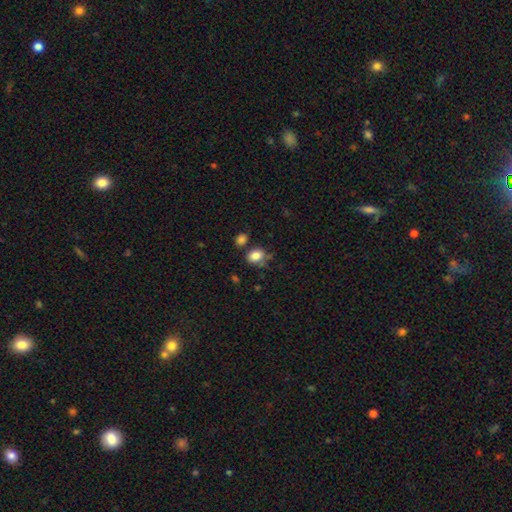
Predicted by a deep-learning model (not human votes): Smooth or featured: smooth — 83% (star or artifact — 10%)
How rounded: in between — 53% (round — 46%)
Merging: none — 60% (minor disturbance — 21%)